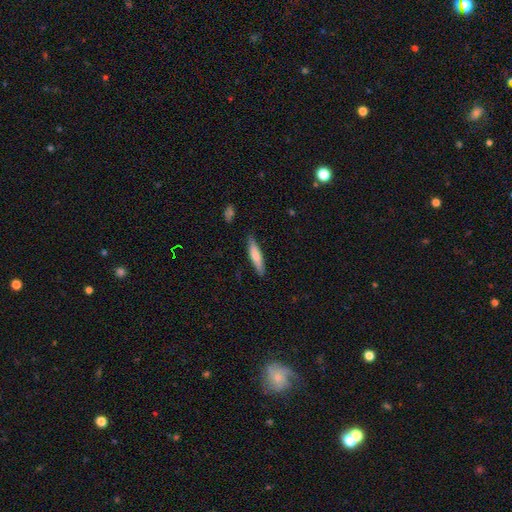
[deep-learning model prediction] Smooth or featured?
  - smooth: 70% *
  - featured or disk: 25%
  - star or artifact: 6%
How rounded?
  - cigar-shaped: 83% *
  - in between: 16%
  - round: 1%
Merging?
  - none: 86% *
  - minor disturbance: 11%
  - major disturbance: 2%
  - merger: 1%